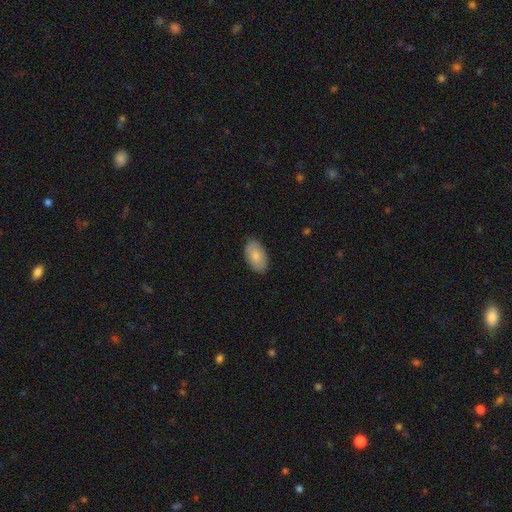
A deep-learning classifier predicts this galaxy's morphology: smooth_or_featured: smooth (p=0.81) [alt: featured or disk p=0.13]
how_rounded: in between (p=0.94) [alt: round p=0.04]
merging: none (p=0.85) [alt: minor disturbance p=0.11]